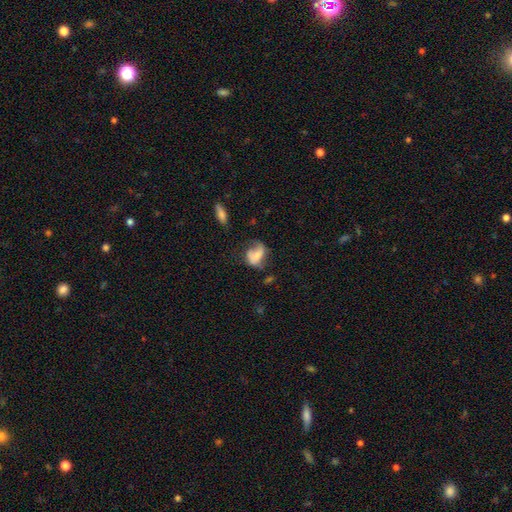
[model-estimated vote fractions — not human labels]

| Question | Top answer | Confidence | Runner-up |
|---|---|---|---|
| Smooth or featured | smooth | 56% | featured or disk (35%) |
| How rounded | in between | 71% | round (27%) |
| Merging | none | 36% | minor disturbance (29%) |